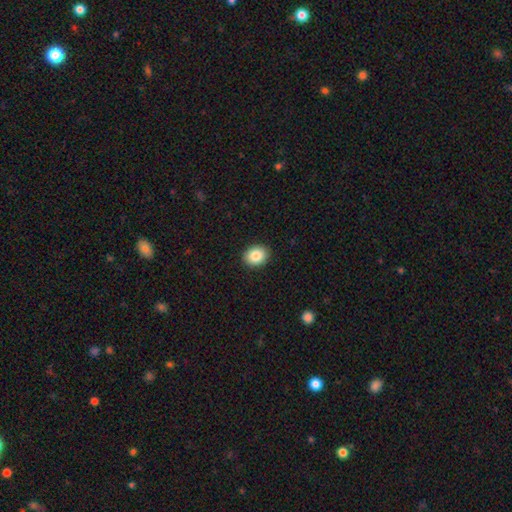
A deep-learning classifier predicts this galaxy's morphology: A smooth galaxy with no disk features (86%) that is round (51%).

Vote fractions:
- Smooth or featured? smooth: 86% / star or artifact: 8% / featured or disk: 6%
- How rounded? round: 51% / in between: 48% / cigar-shaped: 1%
- Merging? none: 91% / minor disturbance: 6% / major disturbance: 2% / merger: 1%